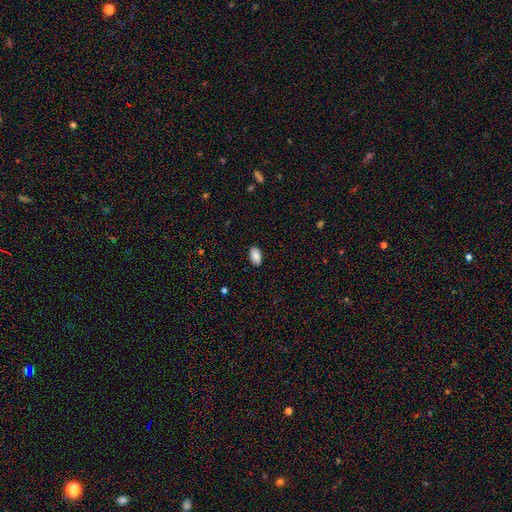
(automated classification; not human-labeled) smooth_or_featured: smooth (p=0.88) [alt: star or artifact p=0.07]
how_rounded: in between (p=0.94) [alt: round p=0.04]
merging: none (p=0.88) [alt: minor disturbance p=0.09]